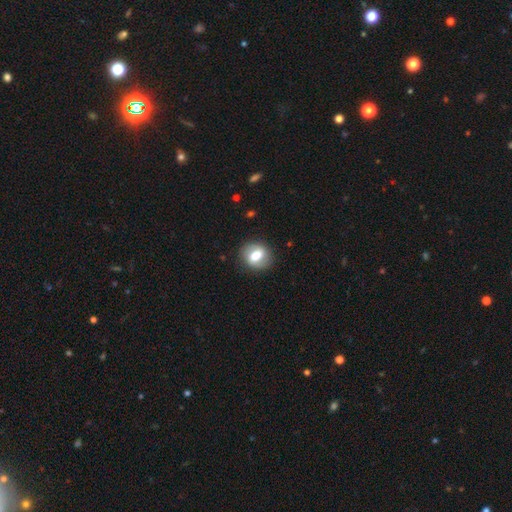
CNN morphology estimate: This is possibly a smooth galaxy (52%). How rounded: possibly round (56%). Merging: clearly none (83%).